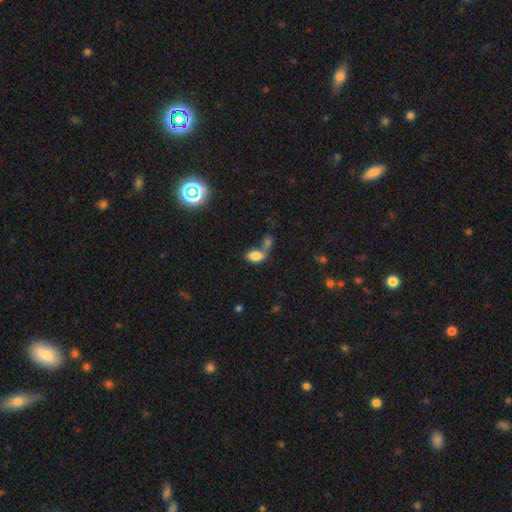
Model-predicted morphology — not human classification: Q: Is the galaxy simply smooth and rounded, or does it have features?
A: smooth — 81%.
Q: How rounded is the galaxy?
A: in between — 91%.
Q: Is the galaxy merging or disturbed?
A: merger — 50%.